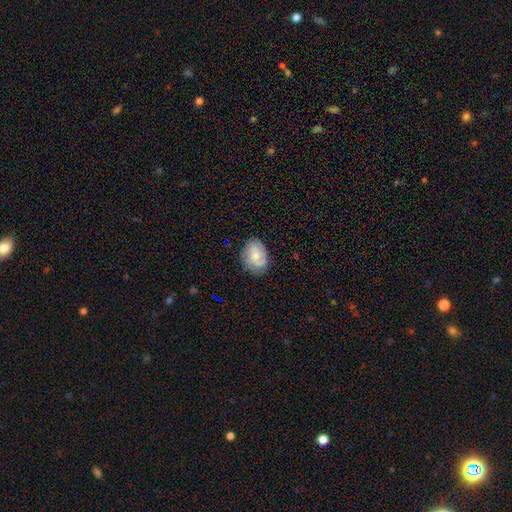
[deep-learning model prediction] Q: Smooth or featured?
A: smooth (57%); runner-up: featured or disk (35%)
Q: How rounded?
A: in between (72%); runner-up: round (27%)
Q: Merging?
A: none (77%); runner-up: minor disturbance (17%)